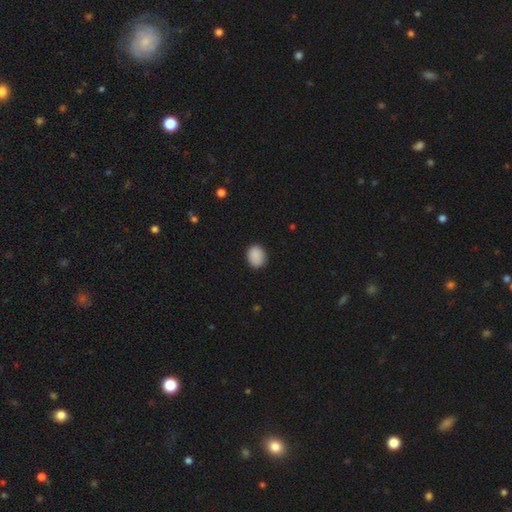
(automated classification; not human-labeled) smooth-or-featured: smooth: 89% | star or artifact: 8% | featured or disk: 3%
  how-rounded: in between: 55% | round: 44% | cigar-shaped: 1%
  merging: none: 85% | minor disturbance: 11% | major disturbance: 2% | merger: 1%